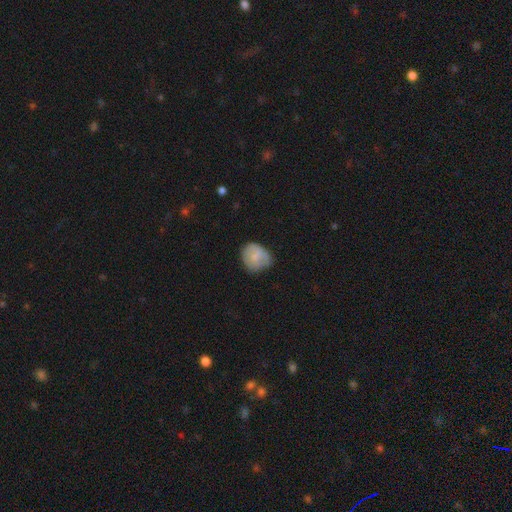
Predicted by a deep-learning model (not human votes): smooth 73%, featured or disk 20%, star or artifact 7%. Down the decision tree: how rounded — round (68%); merging — none (50%).